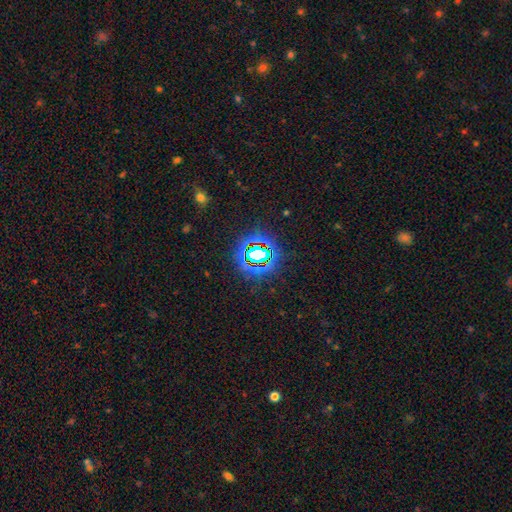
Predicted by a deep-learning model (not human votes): smooth-or-featured: star or artifact: 73% | smooth: 16% | featured or disk: 10%